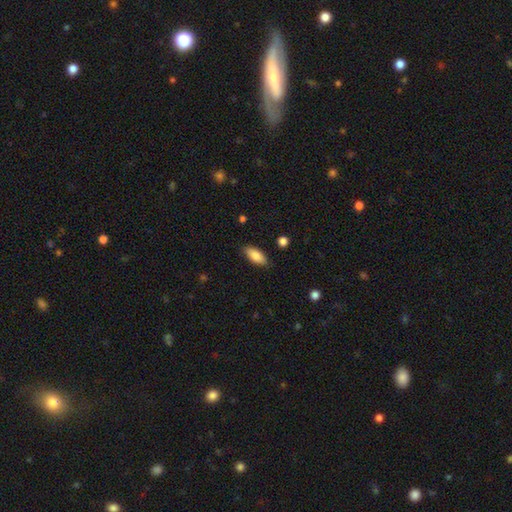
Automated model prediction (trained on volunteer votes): This is clearly a smooth galaxy (85%). How rounded: clearly in between (85%). Merging: clearly none (85%).